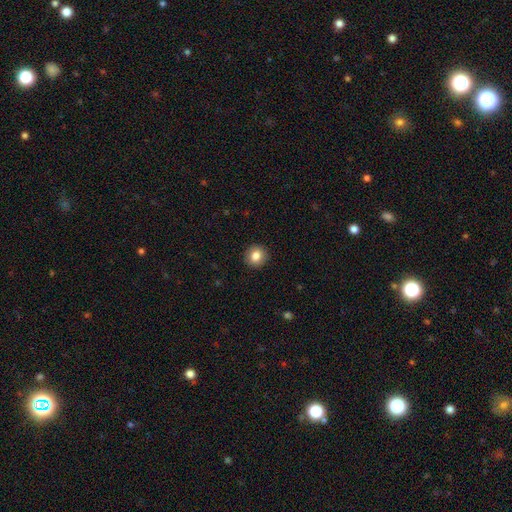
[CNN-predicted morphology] A smooth galaxy with no disk features (84%) that is round (90%).

Vote fractions:
- Smooth or featured? smooth: 84% / star or artifact: 9% / featured or disk: 7%
- How rounded? round: 90% / in between: 9% / cigar-shaped: 1%
- Merging? none: 92% / minor disturbance: 5% / major disturbance: 2% / merger: 1%